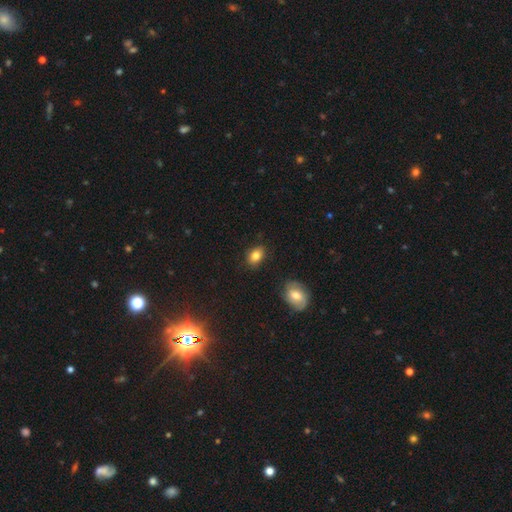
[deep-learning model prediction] Morphology: type=smooth (83%); roundness=in between (79%); merging=none (84%).